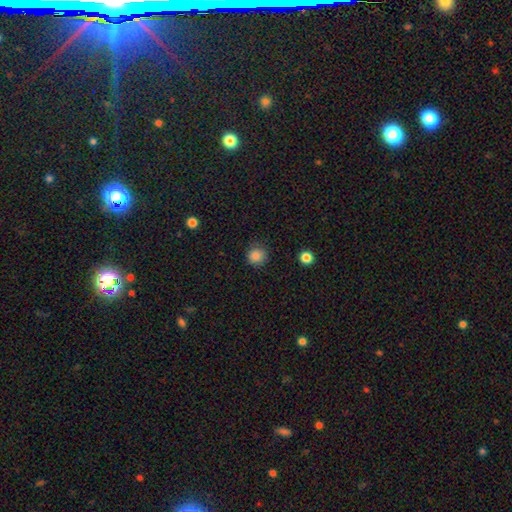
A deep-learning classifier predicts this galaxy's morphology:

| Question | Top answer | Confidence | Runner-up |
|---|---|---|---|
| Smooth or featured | smooth | 85% | star or artifact (12%) |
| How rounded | round | 92% | in between (7%) |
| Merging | none | 85% | minor disturbance (11%) |